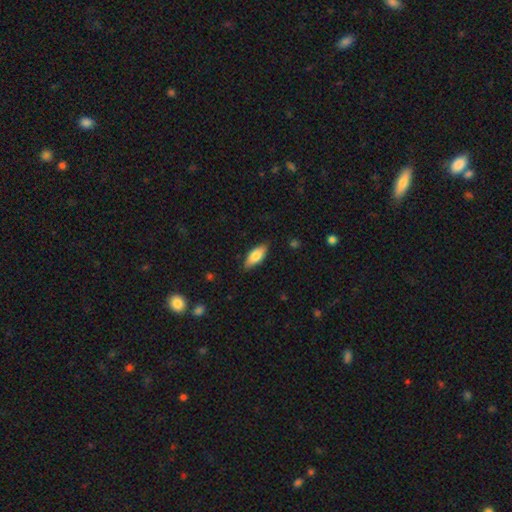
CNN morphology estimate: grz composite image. It shows a smooth galaxy with no disk features (77%) that is in between round and cigar-shaped (79%). Merging: none (85%).